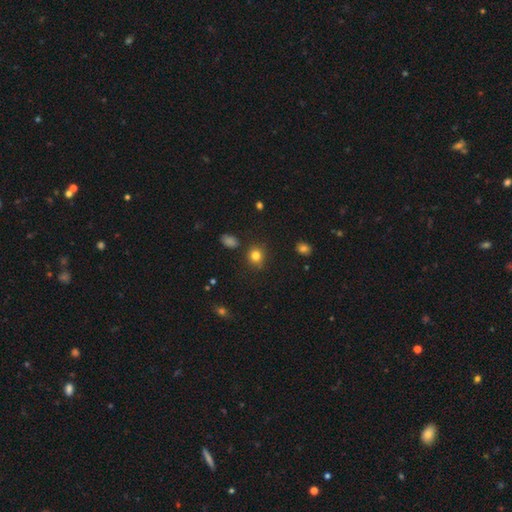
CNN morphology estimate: Smooth or featured?
  - smooth: 81% *
  - star or artifact: 13%
  - featured or disk: 6%
How rounded?
  - round: 82% *
  - in between: 17%
  - cigar-shaped: 1%
Merging?
  - none: 83% *
  - minor disturbance: 12%
  - major disturbance: 3%
  - merger: 3%